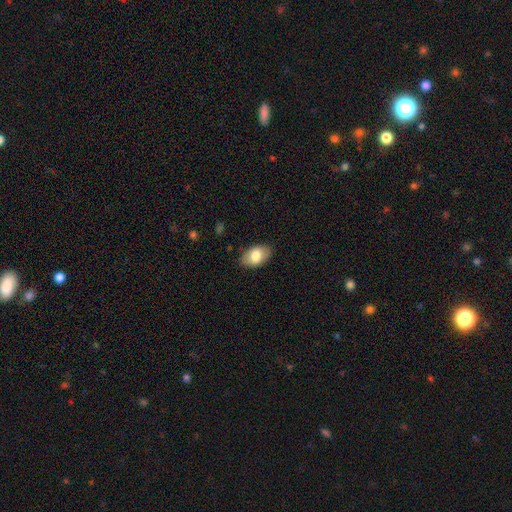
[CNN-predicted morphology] A smooth galaxy with no disk features (79%) that is in between round and cigar-shaped (92%). Merging: none (86%).